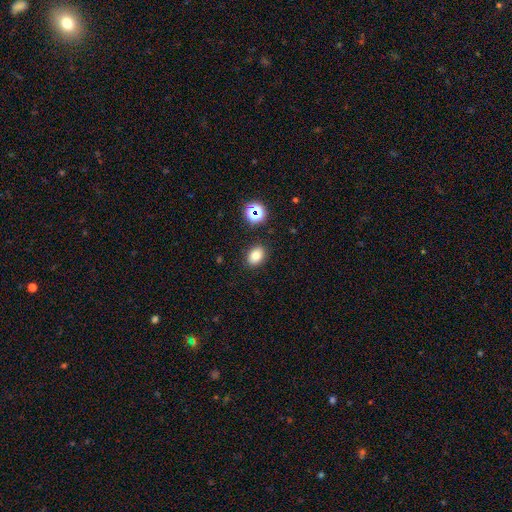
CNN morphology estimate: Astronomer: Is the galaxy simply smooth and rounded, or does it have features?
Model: smooth — 79%.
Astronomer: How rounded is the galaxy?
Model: in between — 71%.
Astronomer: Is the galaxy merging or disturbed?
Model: none — 86%.